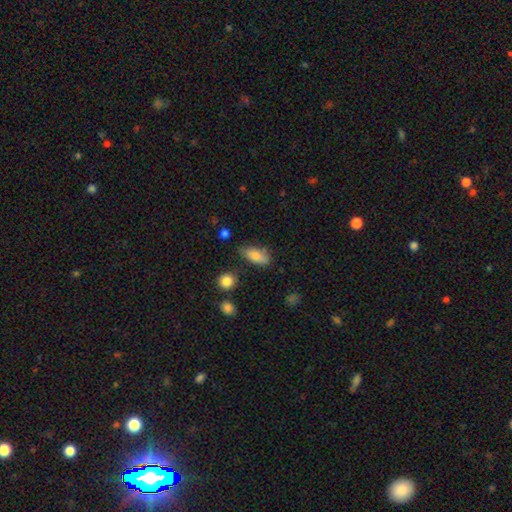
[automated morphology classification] smooth-or-featured: smooth: 79% | featured or disk: 13% | star or artifact: 8%
  how-rounded: in between: 86% | cigar-shaped: 10% | round: 4%
  merging: none: 67% | minor disturbance: 24% | major disturbance: 5% | merger: 4%